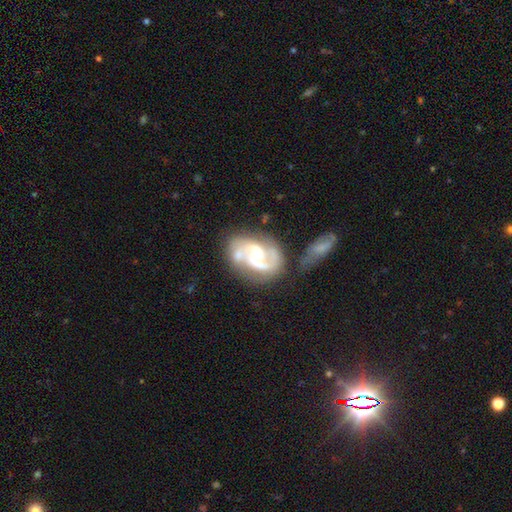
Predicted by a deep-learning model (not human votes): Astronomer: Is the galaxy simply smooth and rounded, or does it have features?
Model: featured or disk — 90%.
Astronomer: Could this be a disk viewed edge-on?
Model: no — 98%.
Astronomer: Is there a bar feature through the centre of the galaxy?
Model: weak — 48% (runner-up: no, 37%).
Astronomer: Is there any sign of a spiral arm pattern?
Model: yes — 97%.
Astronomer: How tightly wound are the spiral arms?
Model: medium — 59%.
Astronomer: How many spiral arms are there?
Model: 2 — 91%.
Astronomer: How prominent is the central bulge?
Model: moderate — 53% (runner-up: small, 35%).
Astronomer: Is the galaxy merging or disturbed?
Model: none — 57%.